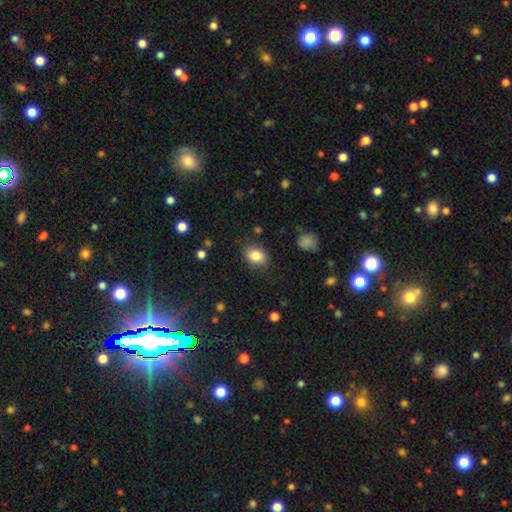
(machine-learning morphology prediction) The model was most divided on "how rounded": in between: 69%, round: 30%, cigar-shaped: 1%. More confident: smooth or featured — smooth (85%); merging — none (81%).